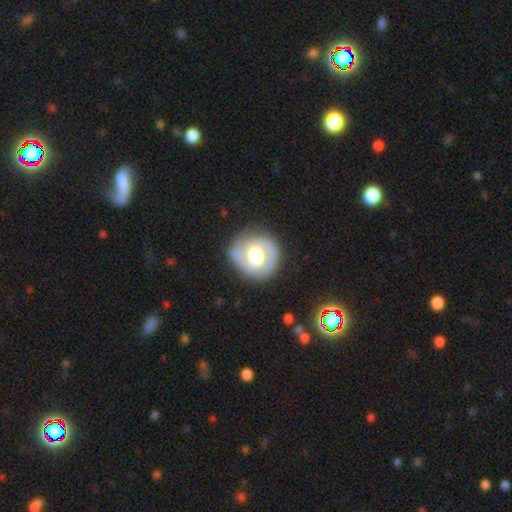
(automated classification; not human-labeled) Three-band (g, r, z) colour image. It shows a featured or disk galaxy (54%) with no bar (59%), spiral arms (55%) and a large central bulge (45%, tied with moderate). Merging: none (77%).